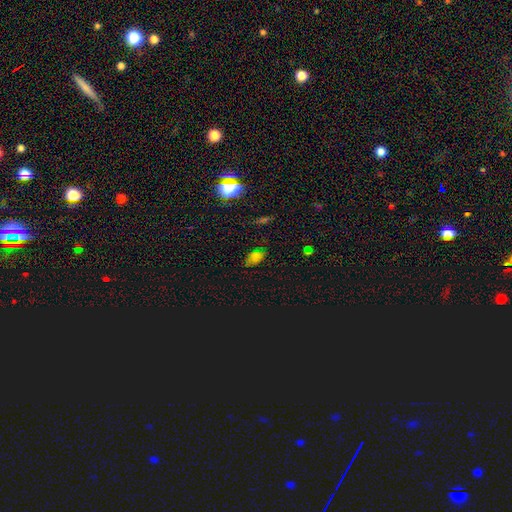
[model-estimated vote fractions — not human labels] Q: Smooth or featured?
A: smooth (57%); runner-up: star or artifact (35%)
Q: How rounded?
A: in between (85%); runner-up: round (12%)
Q: Merging?
A: none (67%); runner-up: minor disturbance (23%)